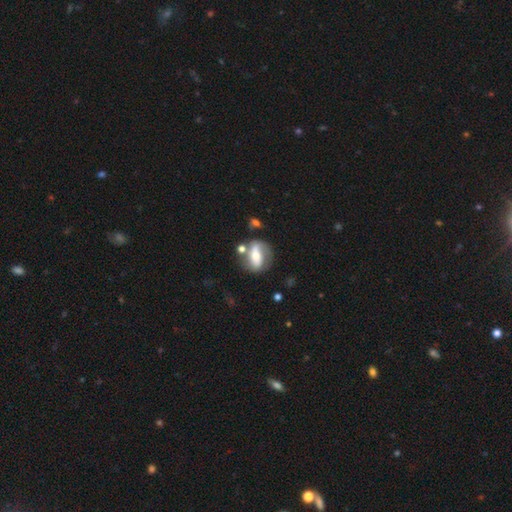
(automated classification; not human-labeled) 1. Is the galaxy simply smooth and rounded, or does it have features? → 64% featured or disk, 30% smooth, 7% star or artifact.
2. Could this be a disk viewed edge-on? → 92% no, 8% yes.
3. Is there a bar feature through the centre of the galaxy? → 51% strong, 25% no, 24% weak.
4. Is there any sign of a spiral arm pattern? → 70% yes, 30% no.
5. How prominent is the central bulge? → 56% moderate, 29% small, 10% large, 2% dominant, 2% none.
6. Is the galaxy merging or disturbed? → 58% none, 18% minor disturbance, 13% merger, 11% major disturbance.